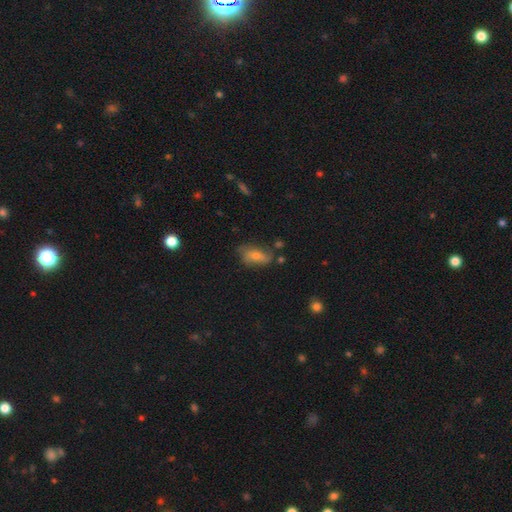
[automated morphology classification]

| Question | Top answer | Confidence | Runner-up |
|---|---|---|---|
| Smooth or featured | smooth | 47% | featured or disk (27%) |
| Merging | none | 69% | minor disturbance (19%) |